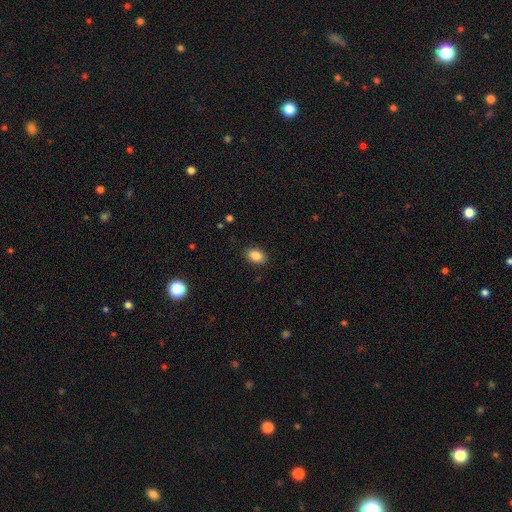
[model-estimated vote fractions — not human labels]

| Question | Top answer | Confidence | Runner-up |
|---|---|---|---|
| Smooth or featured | smooth | 86% | star or artifact (9%) |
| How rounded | in between | 84% | round (14%) |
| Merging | none | 88% | minor disturbance (9%) |